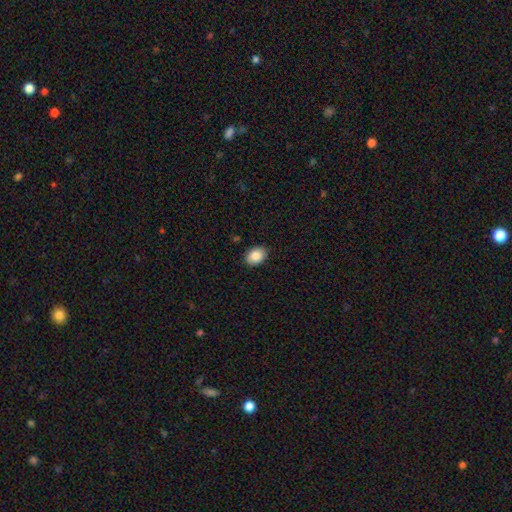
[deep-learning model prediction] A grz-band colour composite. It shows a smooth galaxy with no disk features (87%) that is in between round and cigar-shaped (73%). Merging: none (90%).